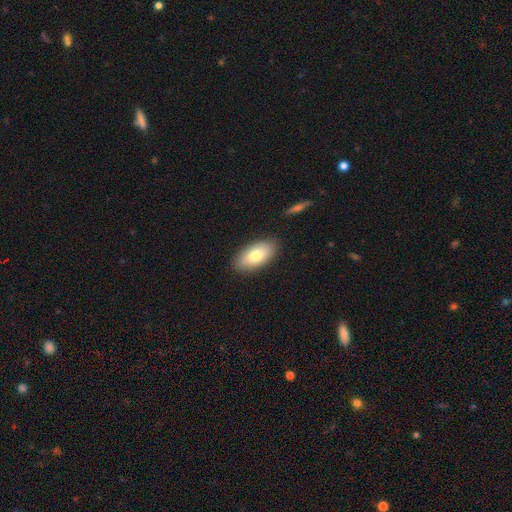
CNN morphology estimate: smooth_or_featured: smooth (p=0.76) [alt: featured or disk p=0.17]
how_rounded: in between (p=0.92) [alt: cigar-shaped p=0.05]
merging: none (p=0.87) [alt: minor disturbance p=0.09]